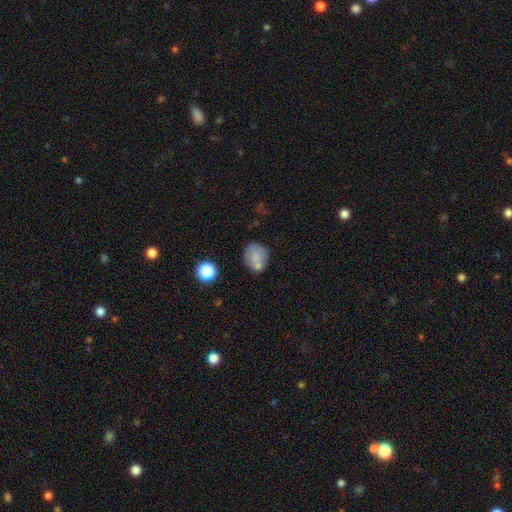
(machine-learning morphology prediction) This appears to be a smooth galaxy with no disk features (71%) that is round (71%). Merging: none (56%).